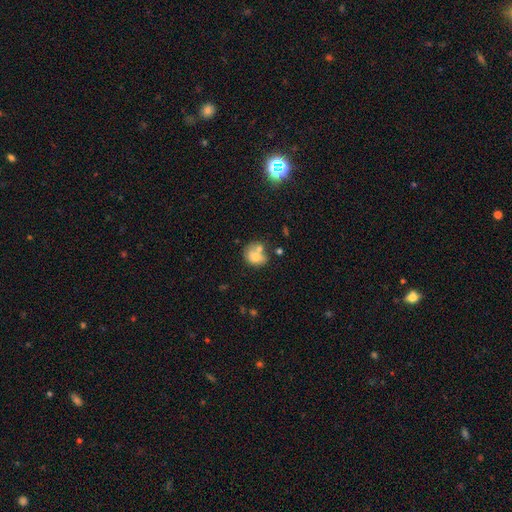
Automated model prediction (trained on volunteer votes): Q: Smooth or featured?
A: smooth (67%); runner-up: featured or disk (24%)
Q: How rounded?
A: round (55%); runner-up: in between (44%)
Q: Merging?
A: merger (42%); runner-up: none (32%)